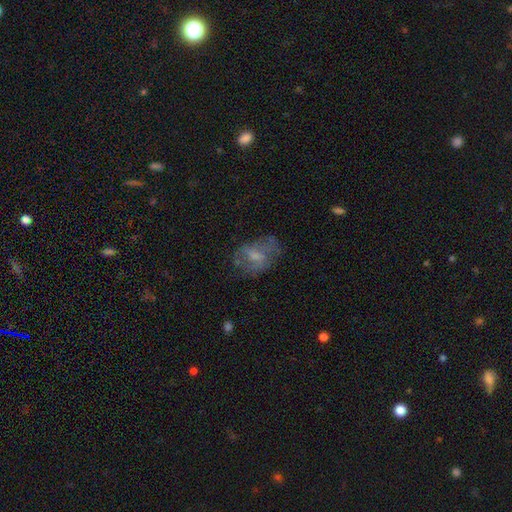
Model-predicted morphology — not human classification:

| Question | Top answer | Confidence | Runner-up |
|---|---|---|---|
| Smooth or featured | featured or disk | 51% | smooth (39%) |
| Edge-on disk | no | 96% | yes (4%) |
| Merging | none | 54% | minor disturbance (24%) |